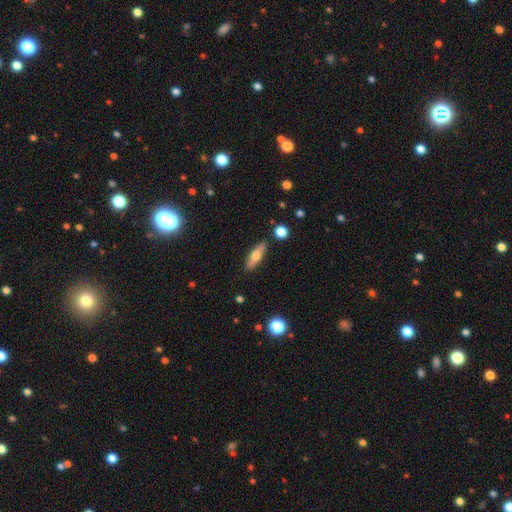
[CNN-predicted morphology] The model was most divided on "smooth or featured": smooth: 54%, featured or disk: 39%, star or artifact: 7%. More confident: merging — none (87%); how rounded — cigar-shaped (57%).